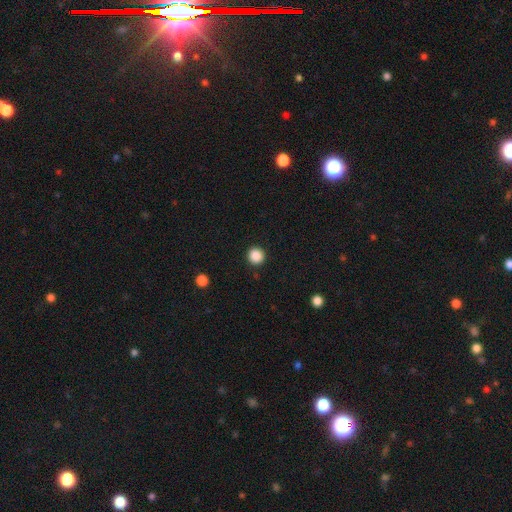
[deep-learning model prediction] smooth 88%, star or artifact 10%, featured or disk 2%. Down the decision tree: how rounded — round (94%); merging — none (92%).